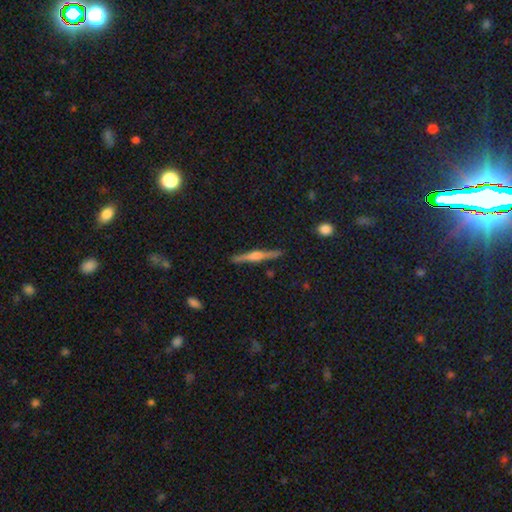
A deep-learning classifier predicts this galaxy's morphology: type=featured or disk (77%); edge-on=yes (98%); edge-on bulge=rounded (88%); merging=none (91%).